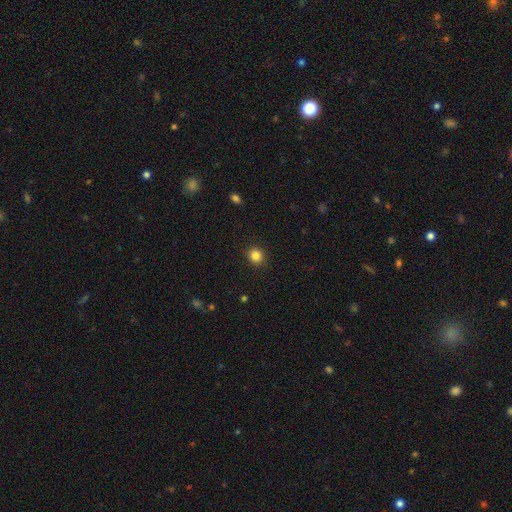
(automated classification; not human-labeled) Overall: smooth (84%). How rounded: round (92%). Merging: none (92%).